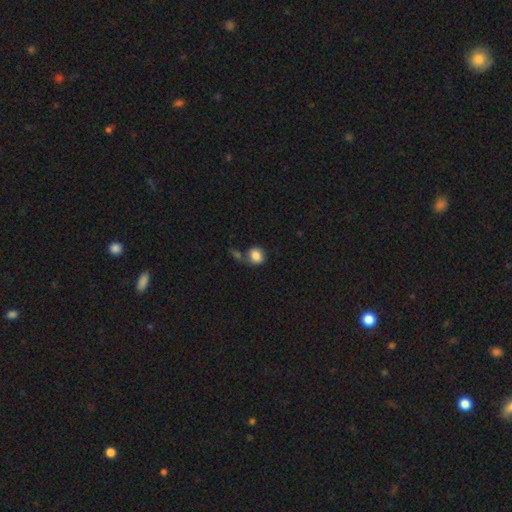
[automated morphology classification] smooth_or_featured: smooth (p=0.84) [alt: star or artifact p=0.08]
how_rounded: round (p=0.73) [alt: in between p=0.26]
merging: none (p=0.50) [alt: merger p=0.25]